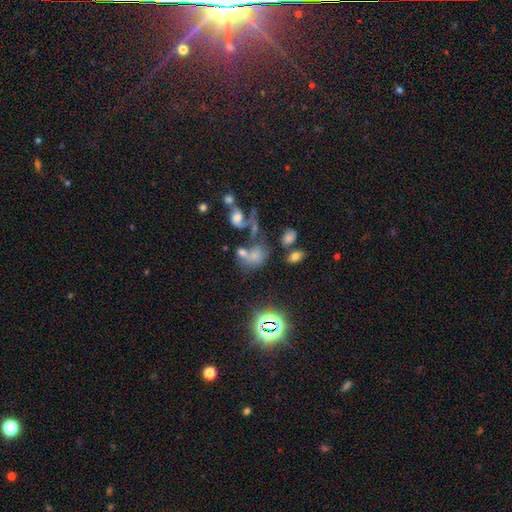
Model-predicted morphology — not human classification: smooth 49%, star or artifact 26%, featured or disk 25%. Down the decision tree: merging — merger (46%).